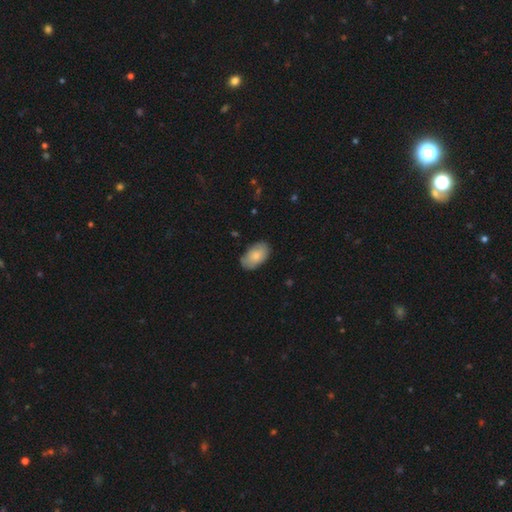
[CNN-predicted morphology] Smooth or featured? smooth (80%)
How rounded? in between (94%)
Merging? none (81%)